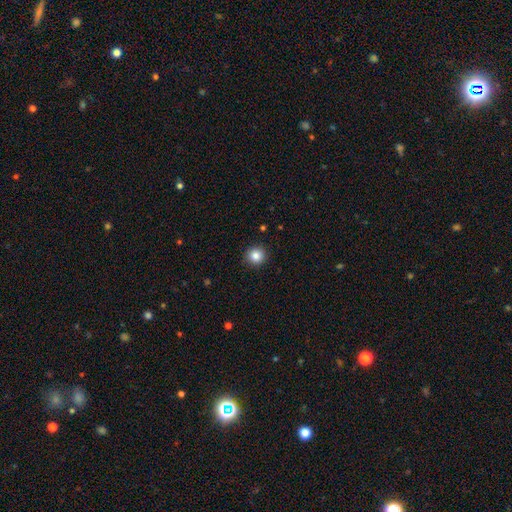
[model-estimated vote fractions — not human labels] Morphology: type=smooth (85%); roundness=round (94%); merging=none (91%).